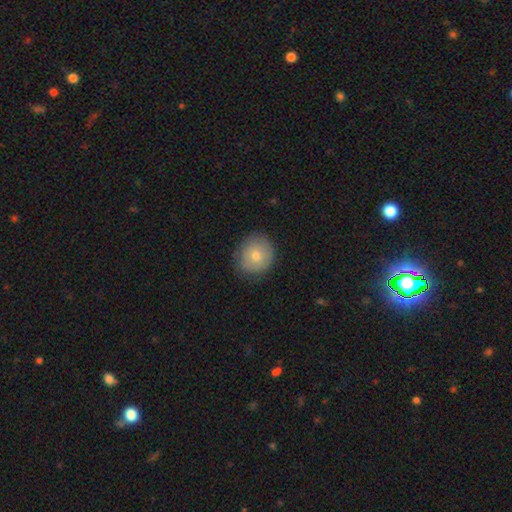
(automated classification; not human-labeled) The model was most divided on "smooth or featured": smooth: 71%, featured or disk: 20%, star or artifact: 10%. More confident: merging — none (83%); how rounded — round (83%).